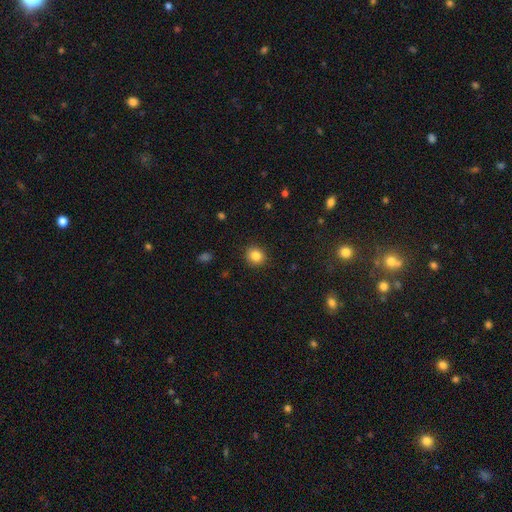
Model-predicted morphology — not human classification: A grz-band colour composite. It shows a smooth galaxy with no disk features (84%) that is round (85%). Merging: none (90%).